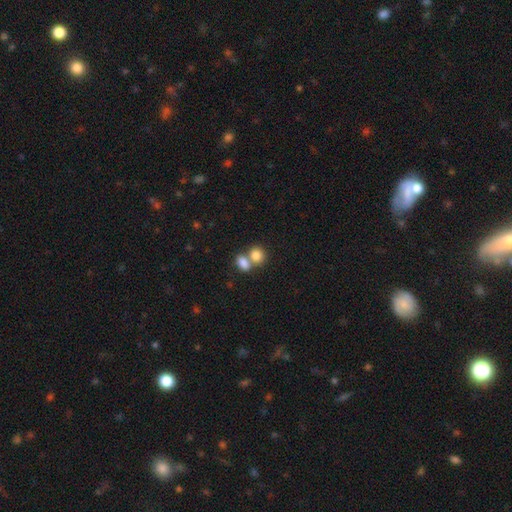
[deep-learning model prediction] Smooth or featured? Predicted: smooth (p=0.82). How rounded? Predicted: round (p=0.58). Merging? Predicted: merger (p=0.55).